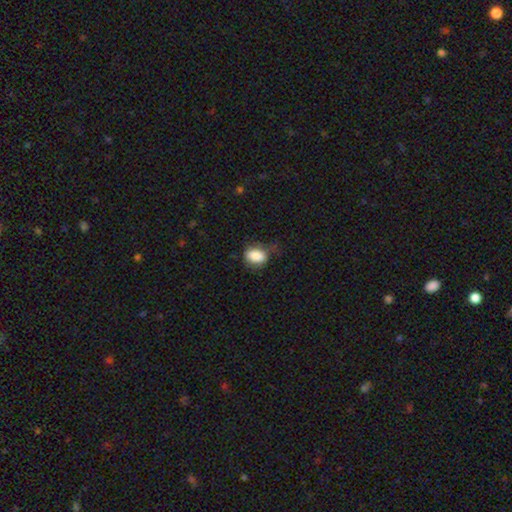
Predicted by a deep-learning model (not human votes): Smooth or featured: smooth — 85% (star or artifact — 8%)
How rounded: in between — 79% (round — 19%)
Merging: none — 54% (minor disturbance — 31%)